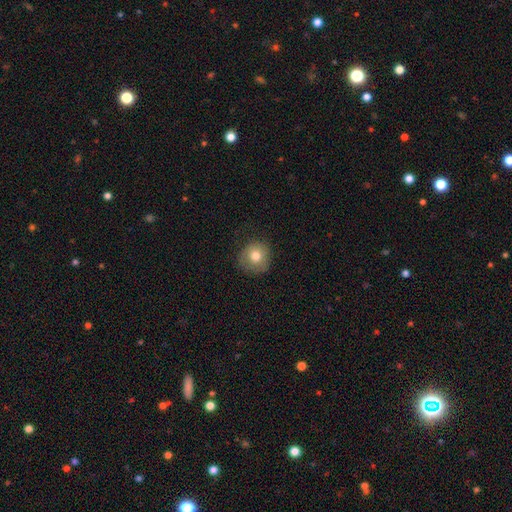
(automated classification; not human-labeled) smooth 76%, featured or disk 15%, star or artifact 9%. Down the decision tree: how rounded — round (89%); merging — none (75%).